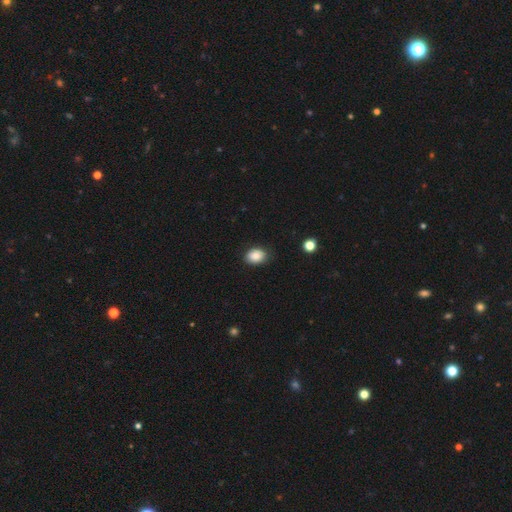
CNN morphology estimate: Q: Smooth or featured?
A: smooth (87%); runner-up: star or artifact (9%)
Q: How rounded?
A: in between (68%); runner-up: round (31%)
Q: Merging?
A: none (84%); runner-up: minor disturbance (13%)